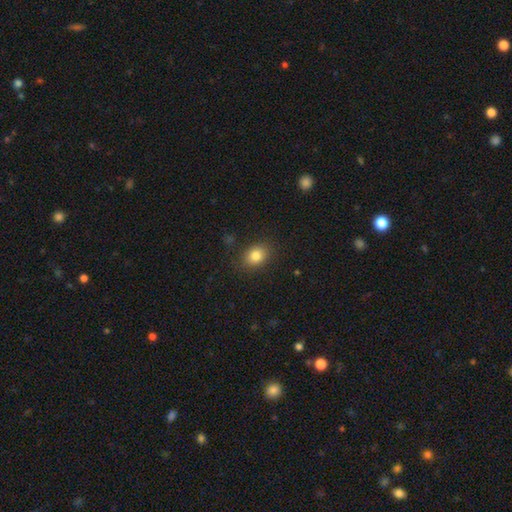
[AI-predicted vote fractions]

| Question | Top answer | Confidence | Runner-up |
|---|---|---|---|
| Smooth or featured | smooth | 83% | star or artifact (10%) |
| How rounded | in between | 59% | round (40%) |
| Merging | none | 85% | minor disturbance (11%) |